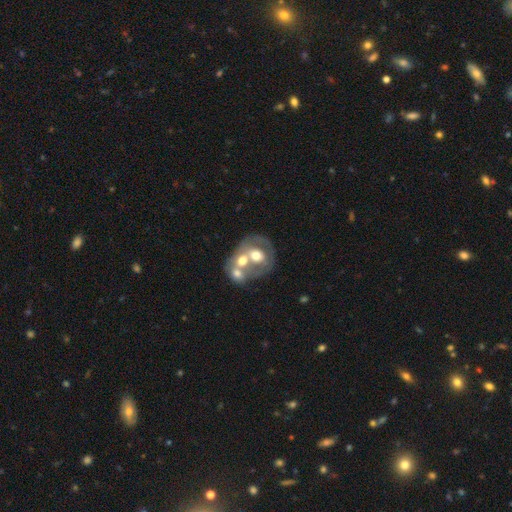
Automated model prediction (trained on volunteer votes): A featured or disk galaxy (50%).

Vote fractions:
- Smooth or featured? featured or disk: 50% / smooth: 42% / star or artifact: 8%
- Edge-on disk? no: 97% / yes: 3%
- Merging? merger: 64% / none: 22% / minor disturbance: 8% / major disturbance: 6%